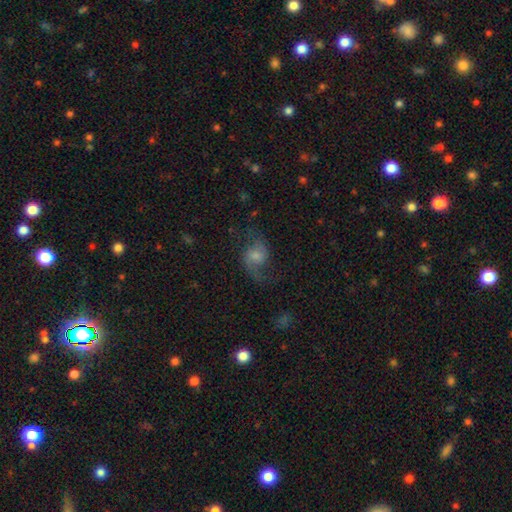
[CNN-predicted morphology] Smooth or featured? featured or disk (70%)
Edge-on disk? no (97%)
Bar? no (55%)
Spiral arms? yes (93%)
Spiral winding? loose (67%)
Spiral arm count? 2 (85%)
Bulge size? small (42%)
Merging? none (64%)